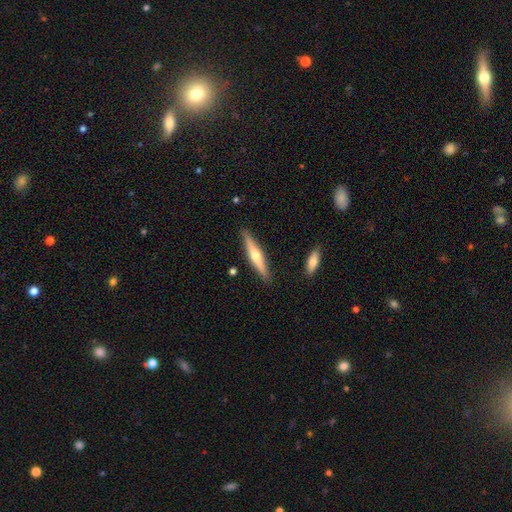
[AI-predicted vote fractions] The model was most divided on "smooth or featured": featured or disk: 59%, smooth: 35%, star or artifact: 6%. More confident: edge-on disk — yes (96%); edge-on bulge — rounded (89%); merging — none (89%).